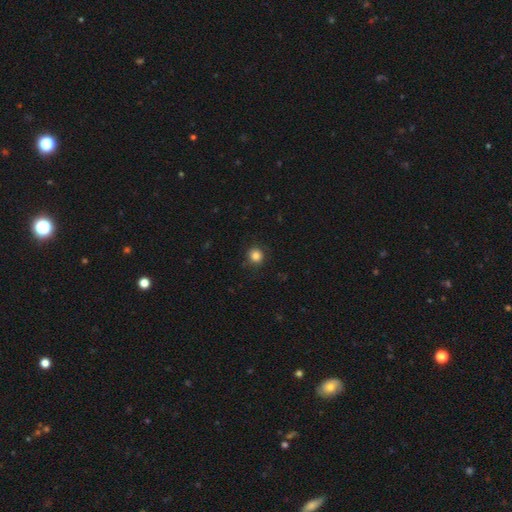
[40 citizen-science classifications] This appears to be a smooth galaxy with no disk features (85%) that is round (97%). Merging: none (89%).